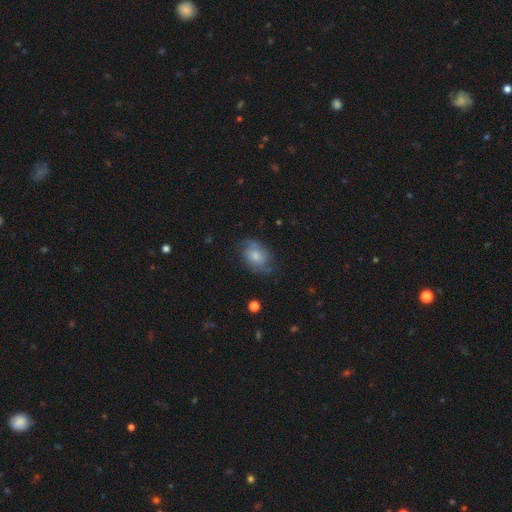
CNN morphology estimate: This is possibly a smooth galaxy (48%). Merging: likely none (61%).